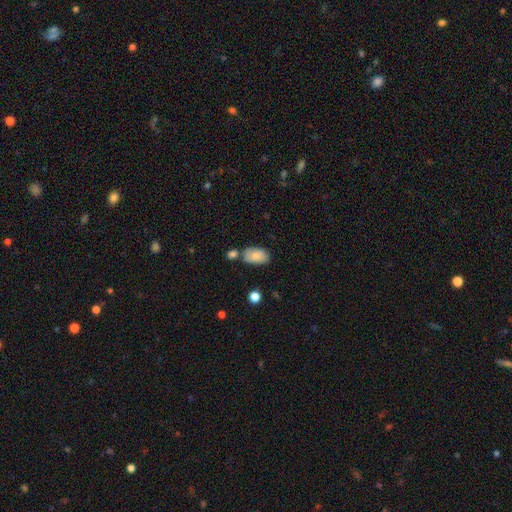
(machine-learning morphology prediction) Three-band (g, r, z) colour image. It shows a smooth galaxy with no disk features (82%) that is in between round and cigar-shaped (93%). Merging: none (61%).